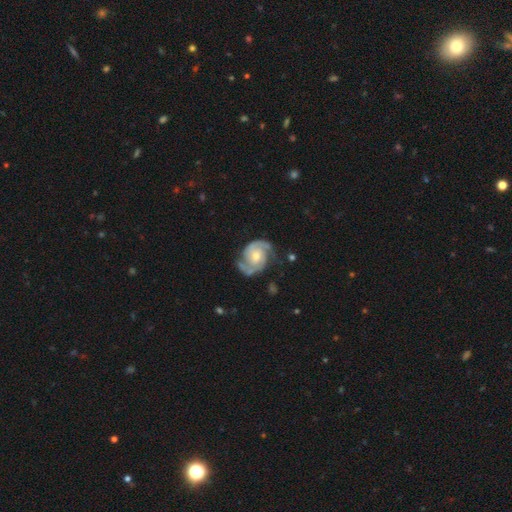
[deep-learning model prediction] featured or disk 90%, smooth 6%, star or artifact 4%. Down the decision tree: edge-on disk — no (98%); bar — no (63%); spiral arms — yes (98%); spiral arm count — 2 (89%); spiral winding — medium (49%); bulge size — moderate (57%); merging — none (71%).